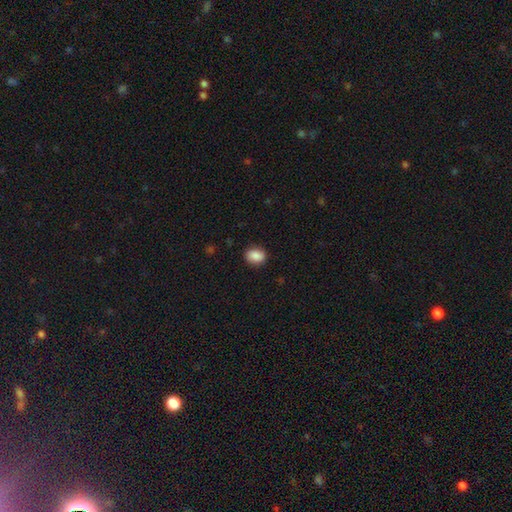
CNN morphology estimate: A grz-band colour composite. It shows a smooth galaxy with no disk features (89%) that is in between round and cigar-shaped (61%). Merging: none (88%).